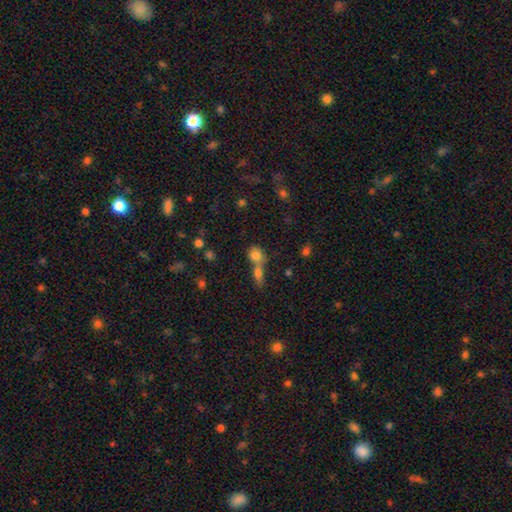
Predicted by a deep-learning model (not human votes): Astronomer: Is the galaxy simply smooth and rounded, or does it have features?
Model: smooth — 77%.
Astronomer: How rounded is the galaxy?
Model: round — 66%.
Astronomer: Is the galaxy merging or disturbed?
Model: merger — 57% (runner-up: none, 32%).